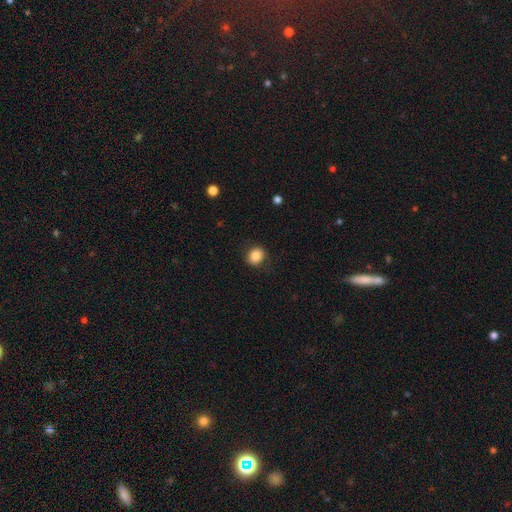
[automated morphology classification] type=smooth (84%); roundness=round (71%); merging=none (87%).